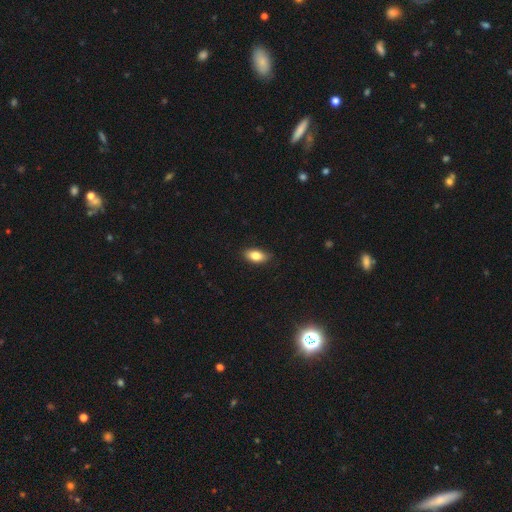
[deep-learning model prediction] Smooth or featured: smooth — 81% (featured or disk — 11%)
How rounded: in between — 88% (cigar-shaped — 6%)
Merging: none — 83% (minor disturbance — 14%)